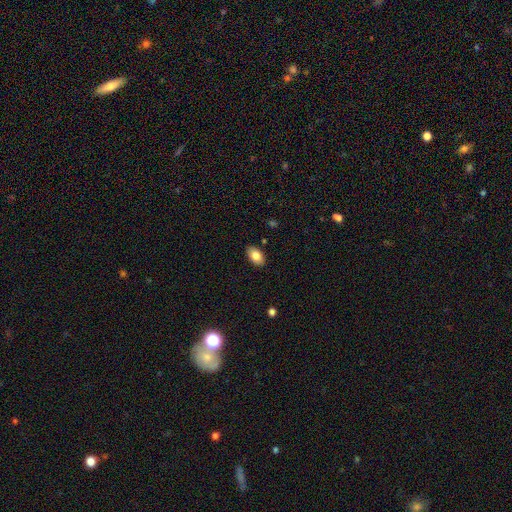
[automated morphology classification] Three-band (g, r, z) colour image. It shows a smooth galaxy with no disk features (84%) that is in between round and cigar-shaped (92%). Merging: none (88%).